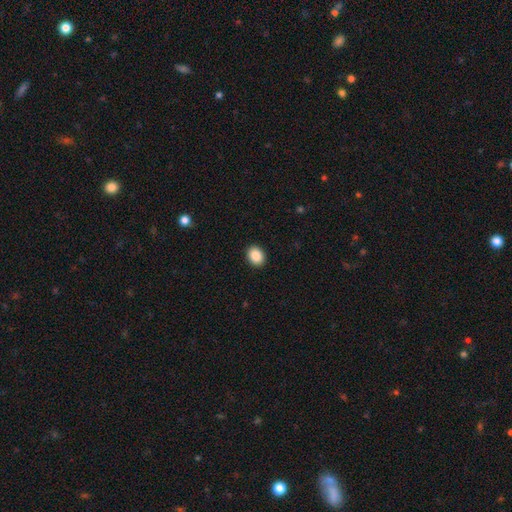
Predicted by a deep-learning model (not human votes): smooth_or_featured: smooth (p=0.89) [alt: star or artifact p=0.08]
how_rounded: in between (p=0.58) [alt: round p=0.41]
merging: none (p=0.92) [alt: minor disturbance p=0.06]